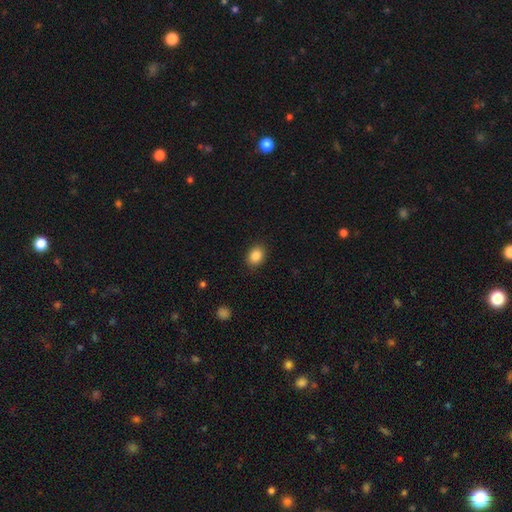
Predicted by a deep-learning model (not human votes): Smooth or featured: smooth — 86% (star or artifact — 9%)
How rounded: in between — 62% (round — 37%)
Merging: none — 89% (minor disturbance — 8%)